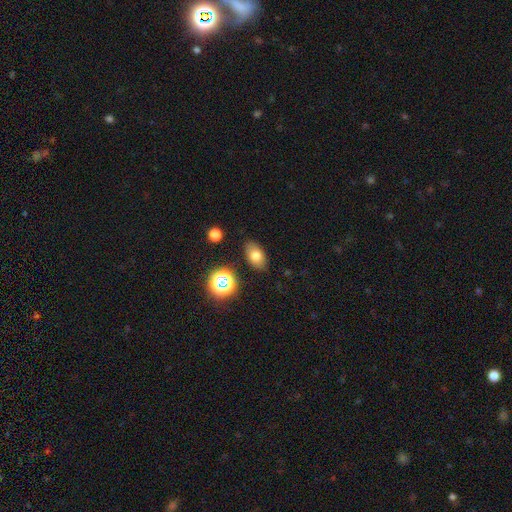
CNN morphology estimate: Smooth or featured? Predicted: smooth (p=0.74). How rounded? Predicted: in between (p=0.86). Merging? Predicted: none (p=0.84).